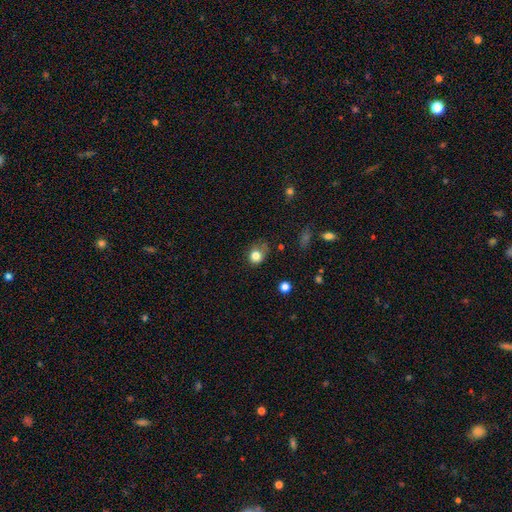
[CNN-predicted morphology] A smooth galaxy with no disk features (80%) that is round (69%). Merging: none (50%).